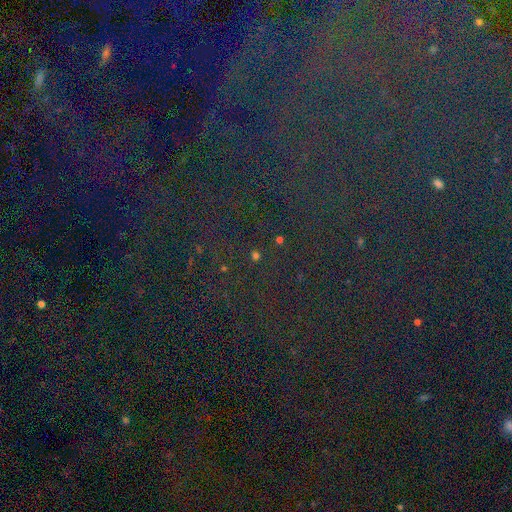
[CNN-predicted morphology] smooth_or_featured: star or artifact (p=0.71) [alt: smooth p=0.22]